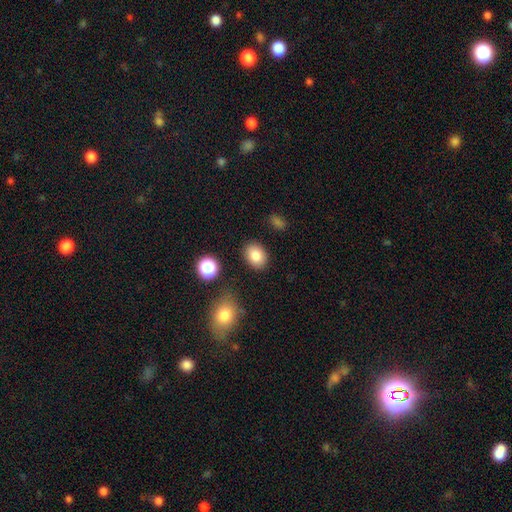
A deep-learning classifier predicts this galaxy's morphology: A smooth galaxy with no disk features (83%) that is in between round and cigar-shaped (70%). Merging: none (86%).